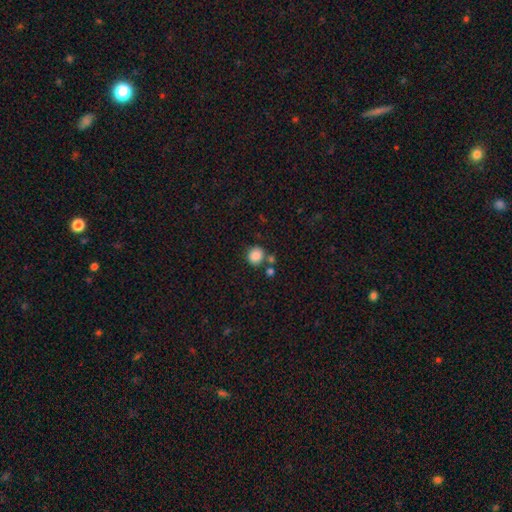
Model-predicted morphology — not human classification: Smooth or featured? Predicted: smooth (p=0.87). How rounded? Predicted: round (p=0.79). Merging? Predicted: none (p=0.71).